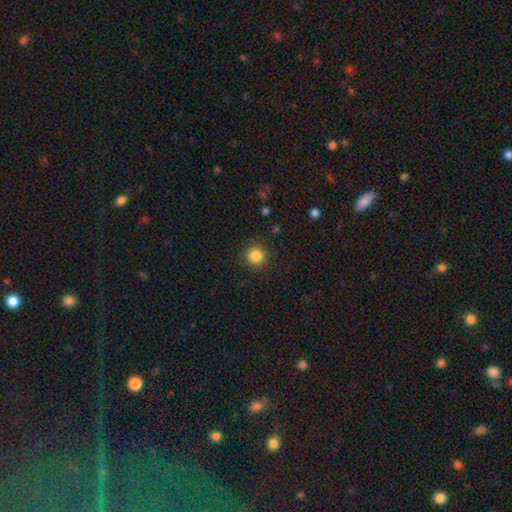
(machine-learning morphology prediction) A smooth galaxy with no disk features (85%) that is round (94%).

Vote fractions:
- Smooth or featured? smooth: 85% / star or artifact: 11% / featured or disk: 4%
- How rounded? round: 94% / in between: 5% / cigar-shaped: 1%
- Merging? none: 90% / minor disturbance: 6% / major disturbance: 2% / merger: 1%